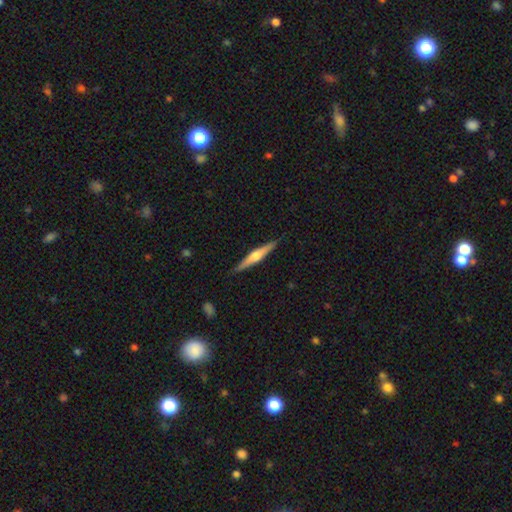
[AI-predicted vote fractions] Overall: featured or disk (64%; smooth 30%). Edge-on disk: yes (97%). Edge-on bulge: rounded (88%). Merging: none (89%).